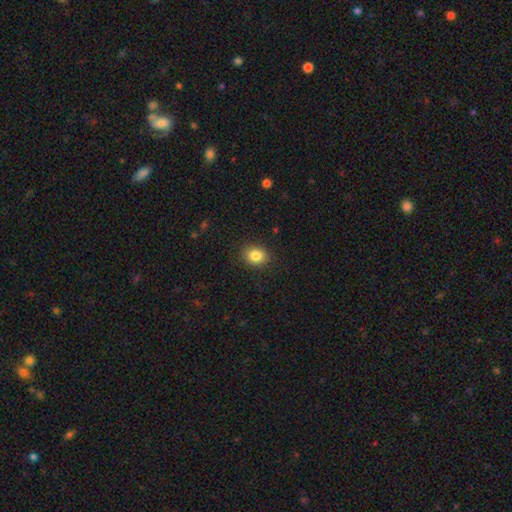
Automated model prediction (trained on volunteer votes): A smooth galaxy with no disk features (85%) that is round (51%). Merging: none (88%).